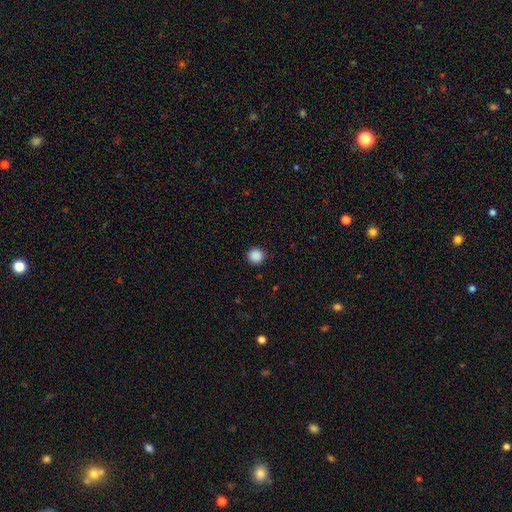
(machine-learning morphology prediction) This appears to be a smooth galaxy with no disk features (88%) that is round (94%). Merging: none (91%).